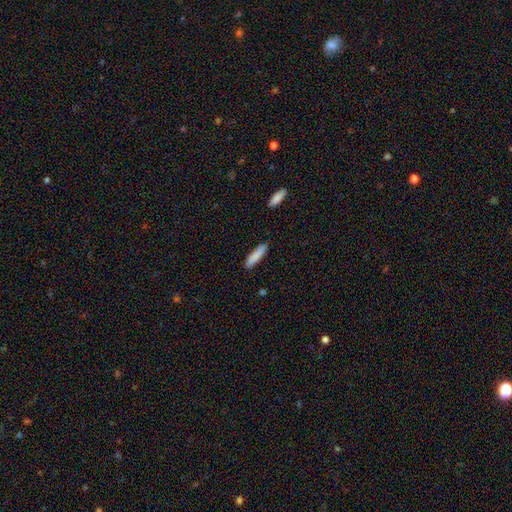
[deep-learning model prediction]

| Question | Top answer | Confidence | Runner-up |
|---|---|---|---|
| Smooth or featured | smooth | 87% | featured or disk (7%) |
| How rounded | cigar-shaped | 78% | in between (21%) |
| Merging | none | 89% | minor disturbance (8%) |